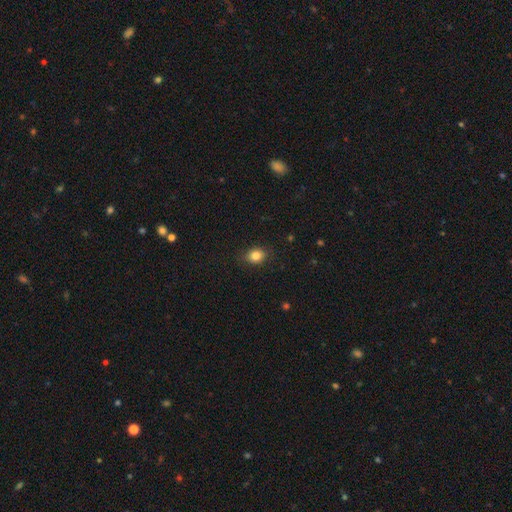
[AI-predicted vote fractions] Smooth or featured? smooth (84%)
How rounded? in between (54%)
Merging? none (83%)